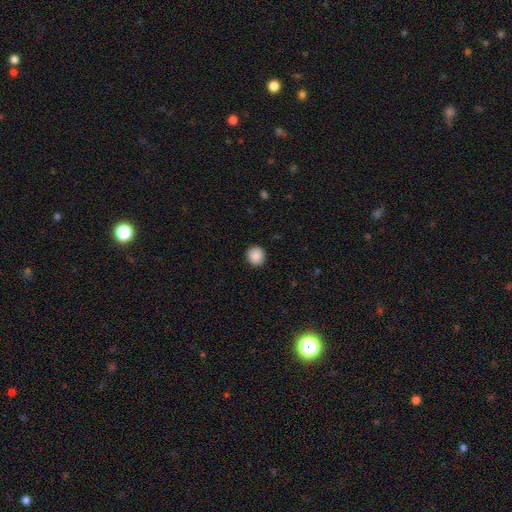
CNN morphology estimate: smooth 89%, star or artifact 8%, featured or disk 2%. Down the decision tree: how rounded — round (85%); merging — none (92%).